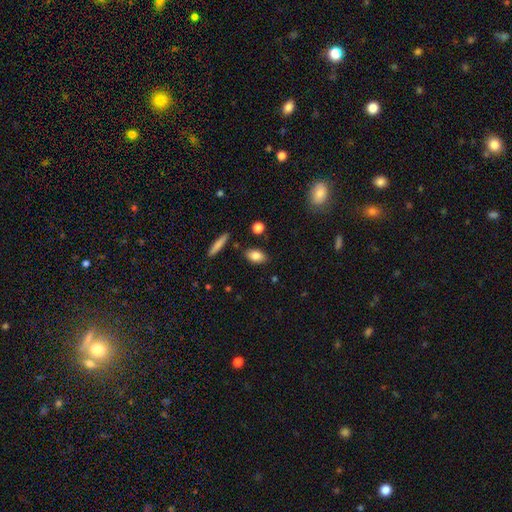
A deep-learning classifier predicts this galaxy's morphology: A smooth galaxy with no disk features (84%) that is in between round and cigar-shaped (85%).

Vote fractions:
- Smooth or featured? smooth: 84% / featured or disk: 9% / star or artifact: 8%
- How rounded? in between: 85% / round: 9% / cigar-shaped: 5%
- Merging? none: 82% / minor disturbance: 11% / merger: 4% / major disturbance: 3%